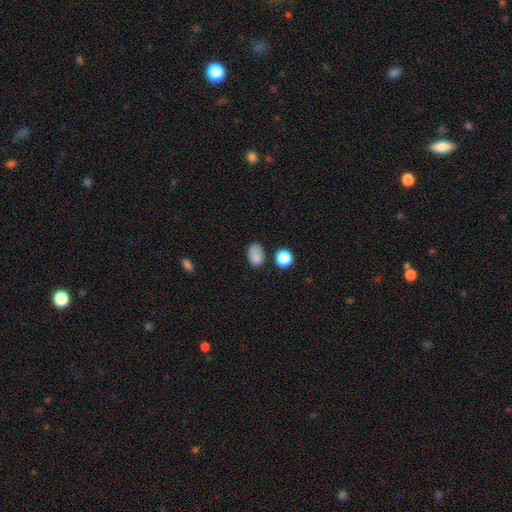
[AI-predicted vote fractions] smooth-or-featured: smooth: 84% | star or artifact: 11% | featured or disk: 5%
  how-rounded: in between: 80% | round: 19% | cigar-shaped: 1%
  merging: none: 65% | minor disturbance: 22% | merger: 7% | major disturbance: 6%